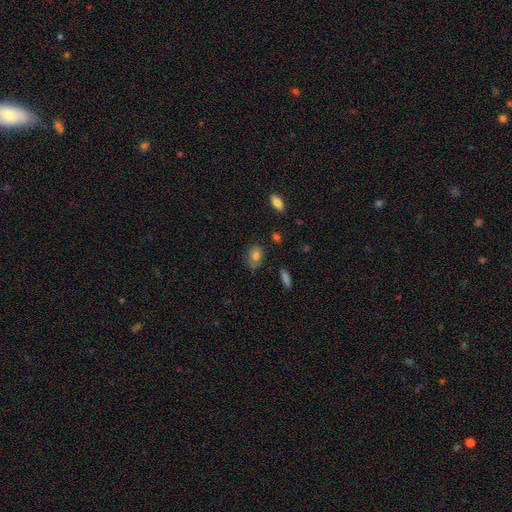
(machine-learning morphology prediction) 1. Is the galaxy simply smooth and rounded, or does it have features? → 77% smooth, 14% featured or disk, 9% star or artifact.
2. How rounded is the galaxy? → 79% in between, 19% round, 2% cigar-shaped.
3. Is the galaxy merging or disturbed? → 70% none, 22% minor disturbance, 5% major disturbance, 3% merger.